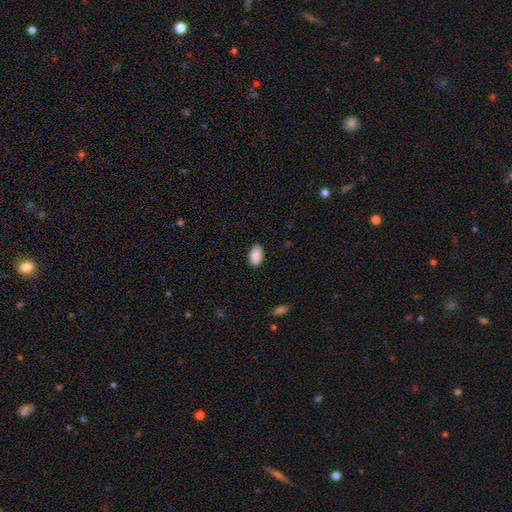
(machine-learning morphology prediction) Q: Smooth or featured?
A: smooth (89%); runner-up: star or artifact (7%)
Q: How rounded?
A: in between (94%); runner-up: round (4%)
Q: Merging?
A: none (83%); runner-up: minor disturbance (14%)